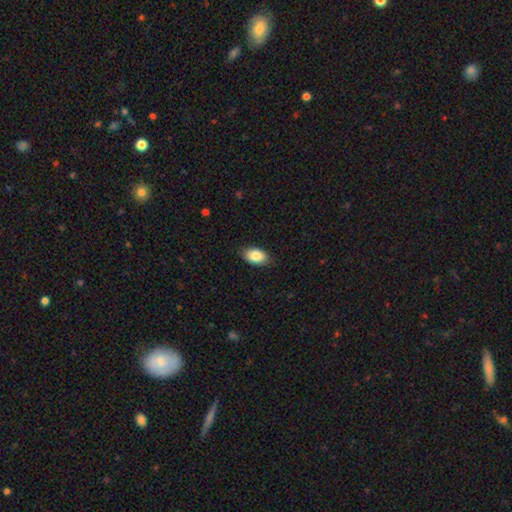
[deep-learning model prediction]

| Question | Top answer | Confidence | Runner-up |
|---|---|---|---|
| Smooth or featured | smooth | 87% | star or artifact (7%) |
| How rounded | in between | 92% | round (7%) |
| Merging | none | 86% | minor disturbance (11%) |